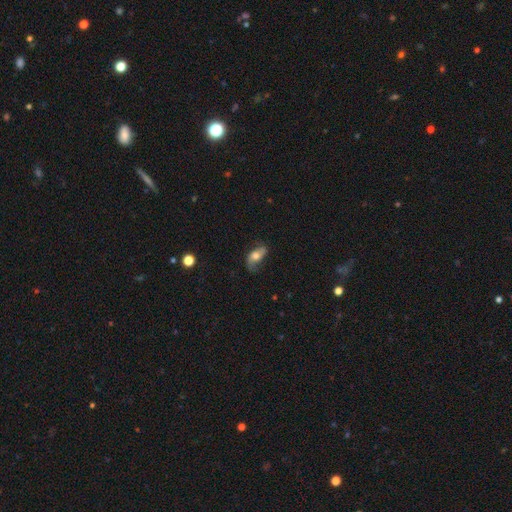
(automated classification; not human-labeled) This is possibly a featured or disk galaxy (49%). Merging: possibly none (57%).